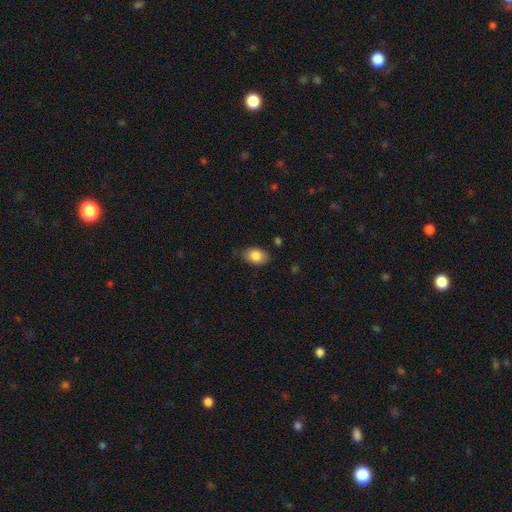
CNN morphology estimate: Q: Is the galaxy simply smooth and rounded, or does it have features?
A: smooth — 84%.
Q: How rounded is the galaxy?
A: in between — 85%.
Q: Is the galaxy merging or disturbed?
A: none — 76%.